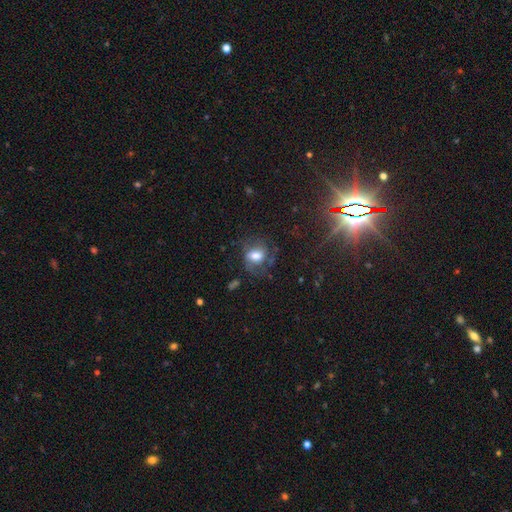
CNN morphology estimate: A smooth galaxy with no disk features (48%). Merging: none (54%).